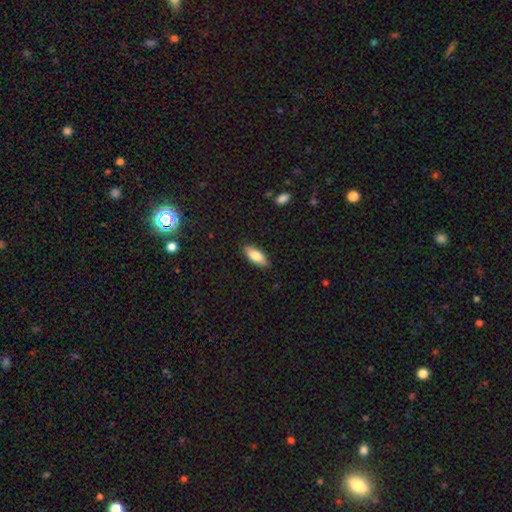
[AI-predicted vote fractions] Smooth or featured: smooth — 79% (featured or disk — 15%)
How rounded: in between — 79% (cigar-shaped — 19%)
Merging: none — 88% (minor disturbance — 9%)